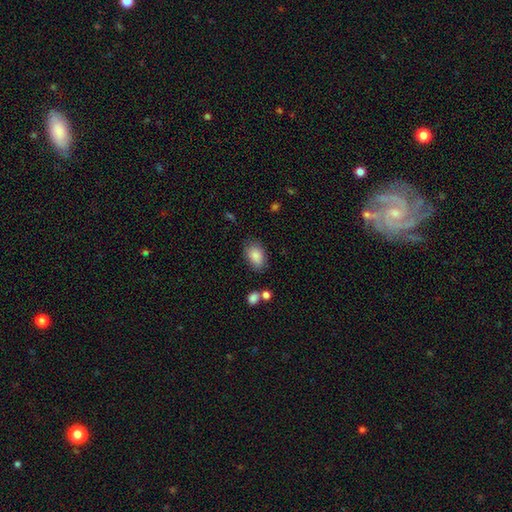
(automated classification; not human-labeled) Smooth or featured: smooth — 87% (star or artifact — 7%)
How rounded: in between — 89% (round — 10%)
Merging: none — 74% (minor disturbance — 18%)